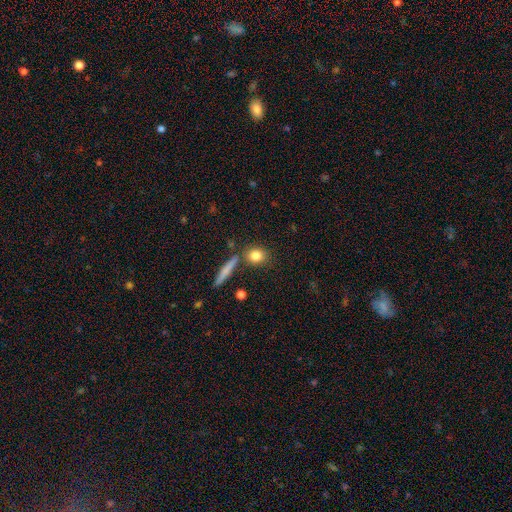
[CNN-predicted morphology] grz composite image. It shows a smooth galaxy with no disk features (82%) that is round (60%). Merging: none (76%).